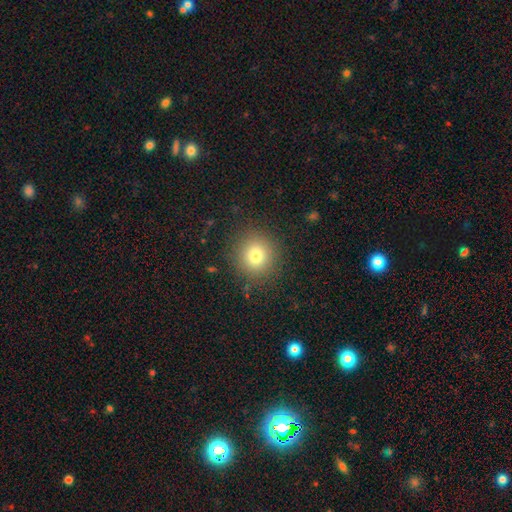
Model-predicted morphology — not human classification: smooth_or_featured: smooth (p=0.78) [alt: star or artifact p=0.13]
how_rounded: round (p=0.91) [alt: in between p=0.08]
merging: none (p=0.88) [alt: minor disturbance p=0.07]